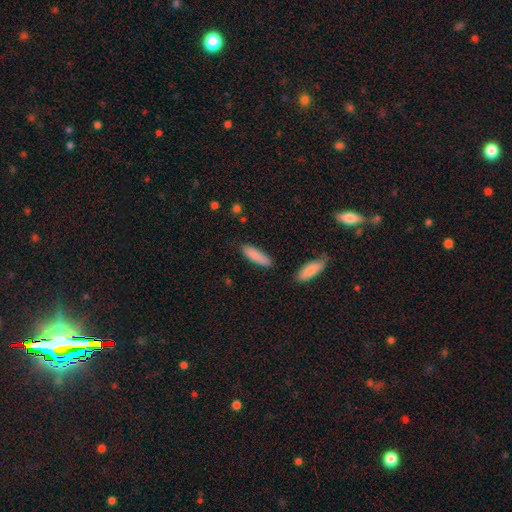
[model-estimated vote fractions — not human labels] Smooth or featured: smooth — 86% (featured or disk — 8%)
How rounded: cigar-shaped — 63% (in between — 35%)
Merging: none — 81% (minor disturbance — 13%)